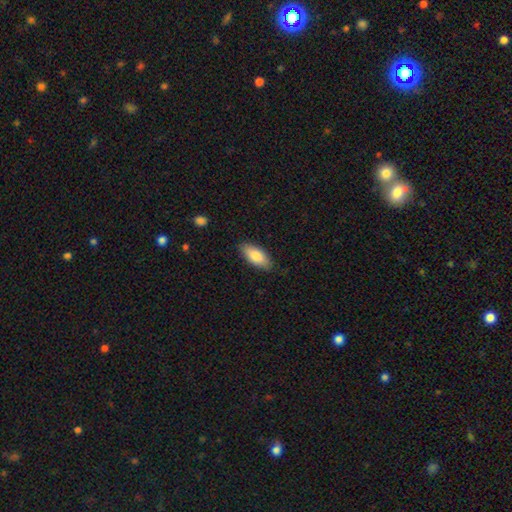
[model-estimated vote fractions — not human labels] Morphology: type=smooth (83%); roundness=in between (85%); merging=none (84%).